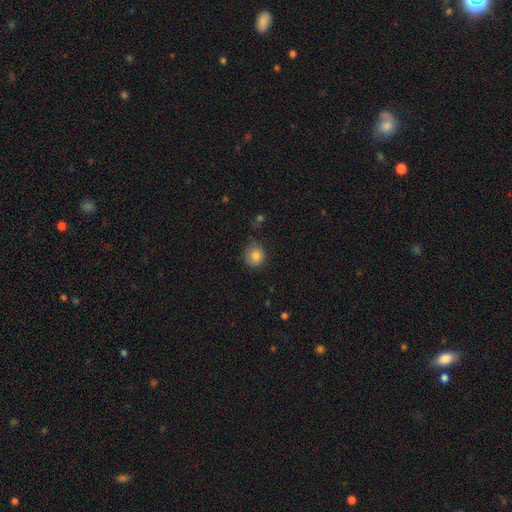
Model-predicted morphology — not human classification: A smooth galaxy with no disk features (84%) that is round (81%). Merging: none (62%).